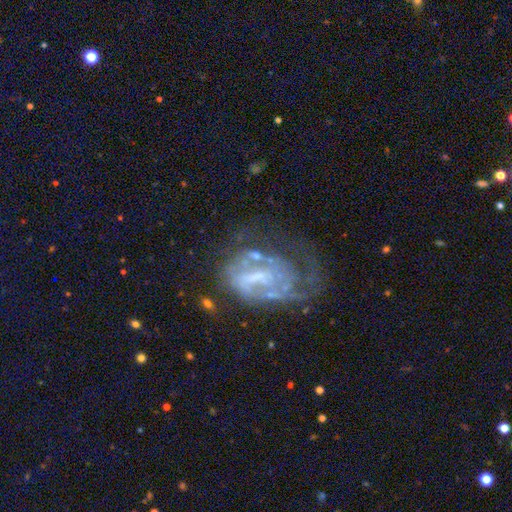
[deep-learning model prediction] smooth_or_featured: featured or disk (p=0.72) [alt: smooth p=0.16]
disk_edge_on: no (p=0.96) [alt: yes p=0.04]
bar: no (p=0.42) [alt: weak p=0.36]
has_spiral_arms: yes (p=0.53) [alt: no p=0.47]
bulge_size: none (p=0.32) [tied with: small p=0.32]
merging: major disturbance (p=0.40) [alt: none p=0.31]